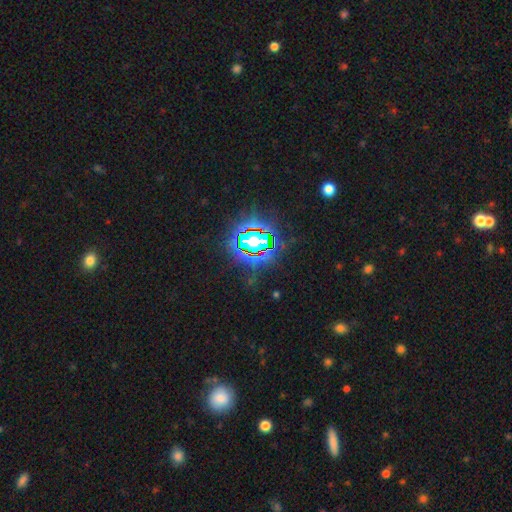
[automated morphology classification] smooth-or-featured: star or artifact: 81% | smooth: 12% | featured or disk: 7%